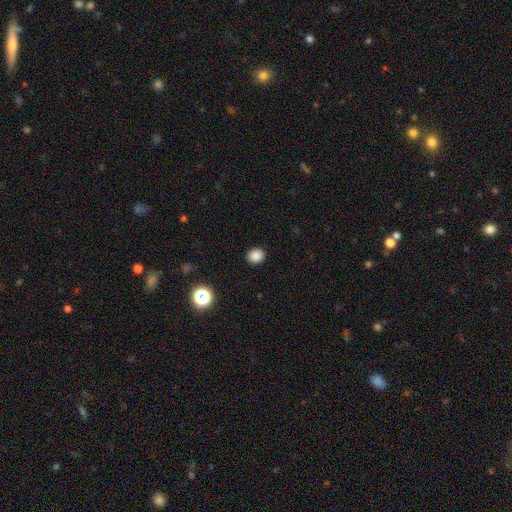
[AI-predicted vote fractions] smooth 85%, star or artifact 12%, featured or disk 3%. Down the decision tree: how rounded — round (79%); merging — none (91%).